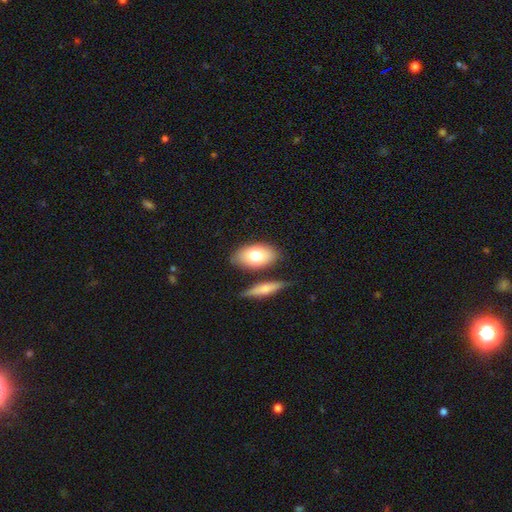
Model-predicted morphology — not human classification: A smooth galaxy with no disk features (76%) that is in between round and cigar-shaped (91%).

Vote fractions:
- Smooth or featured? smooth: 76% / featured or disk: 18% / star or artifact: 6%
- How rounded? in between: 91% / round: 6% / cigar-shaped: 3%
- Merging? none: 72% / minor disturbance: 14% / merger: 11% / major disturbance: 3%